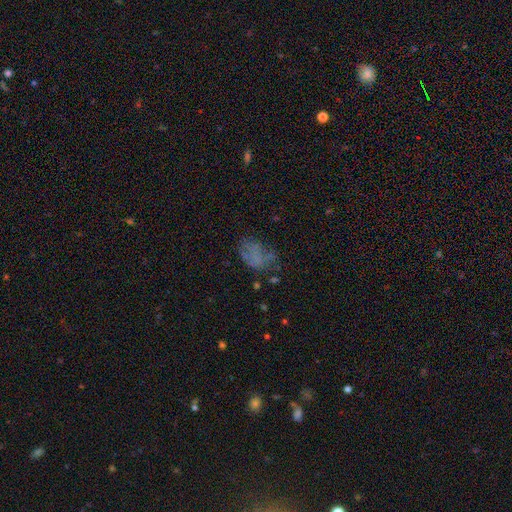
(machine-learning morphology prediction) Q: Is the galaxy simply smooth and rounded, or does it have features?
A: smooth — 51%.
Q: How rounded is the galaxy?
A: in between — 78%.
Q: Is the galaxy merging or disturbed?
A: none — 46%.